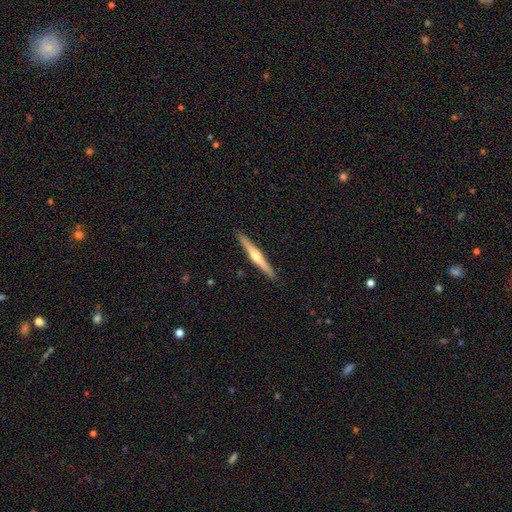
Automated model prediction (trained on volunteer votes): Smooth or featured? Predicted: featured or disk (p=0.67). Edge-on disk? Predicted: yes (p=0.98). Edge-on bulge? Predicted: rounded (p=0.85). Merging? Predicted: none (p=0.91).